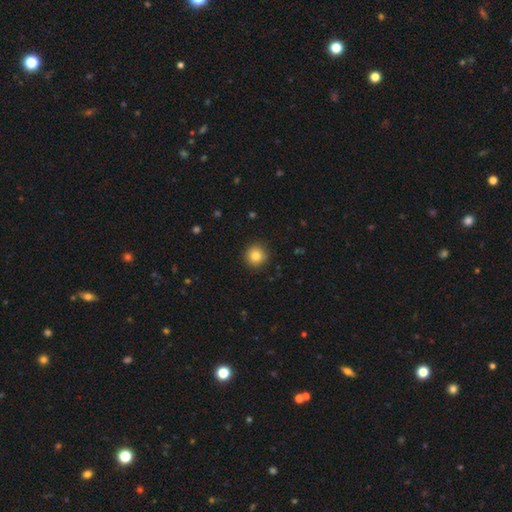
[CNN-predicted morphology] A smooth galaxy with no disk features (83%) that is round (95%). Merging: none (91%).